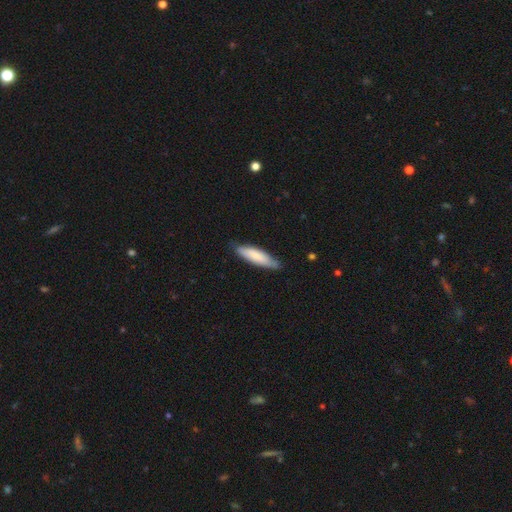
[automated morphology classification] smooth-or-featured: smooth: 78% | featured or disk: 17% | star or artifact: 5%
  how-rounded: cigar-shaped: 66% | in between: 33% | round: 1%
  merging: none: 75% | minor disturbance: 21% | major disturbance: 3% | merger: 1%